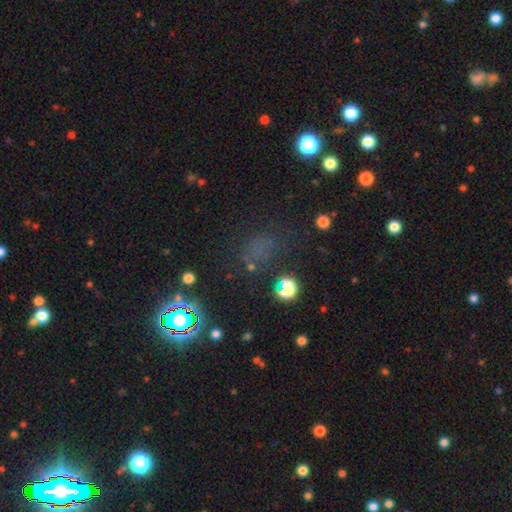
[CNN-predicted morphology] Smooth or featured? star or artifact (53%)